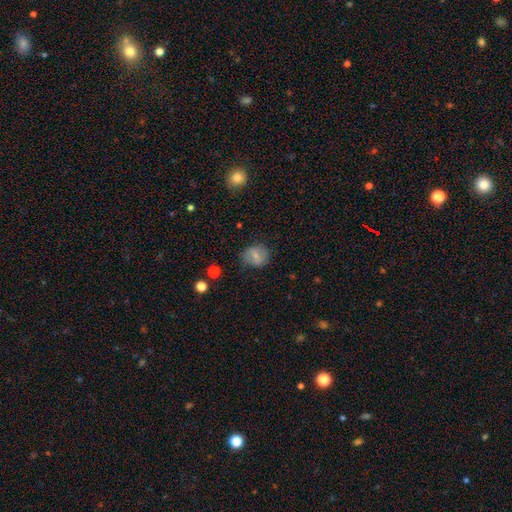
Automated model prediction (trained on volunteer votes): Smooth or featured: smooth — 65% (featured or disk — 25%)
How rounded: round — 63% (in between — 35%)
Merging: none — 68% (minor disturbance — 23%)